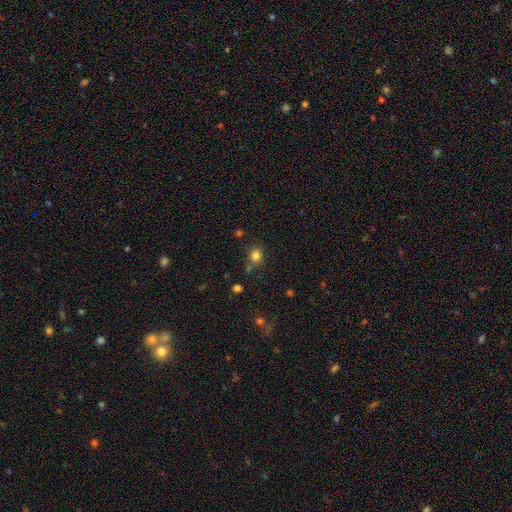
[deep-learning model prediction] smooth 81%, star or artifact 13%, featured or disk 6%. Down the decision tree: how rounded — round (71%); merging — none (73%).